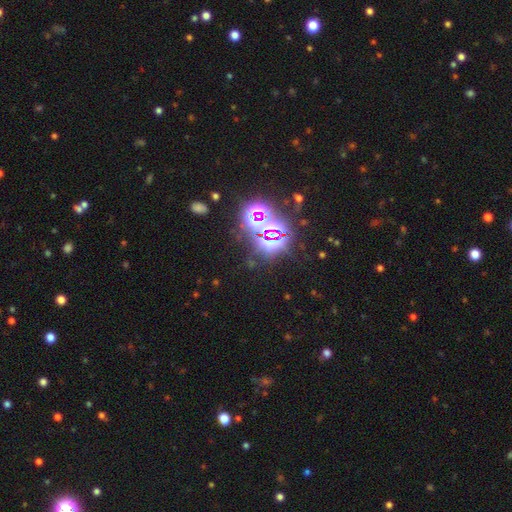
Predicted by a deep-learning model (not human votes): This appears to be a star or artifact, not a galaxy (76%).